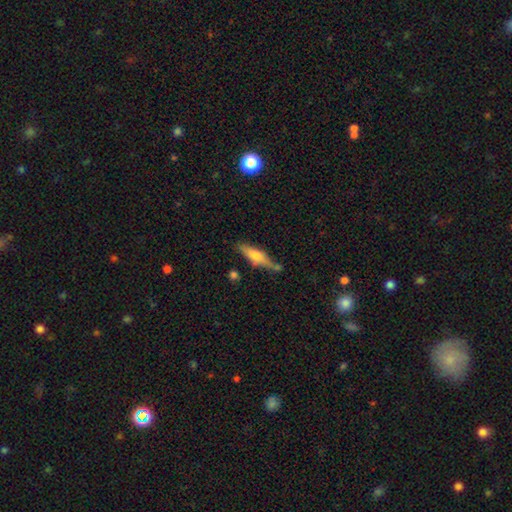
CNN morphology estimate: type=featured or disk (50%); merging=none (70%).